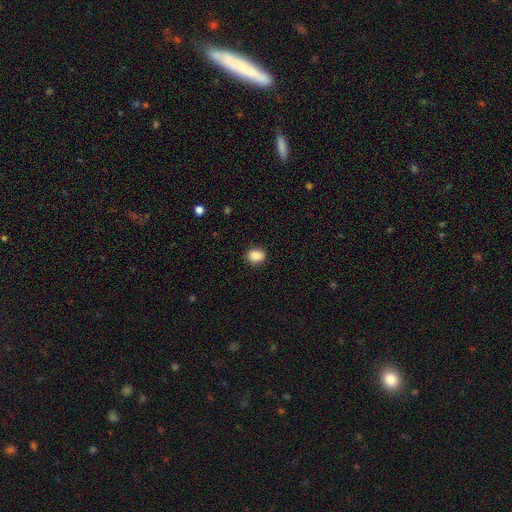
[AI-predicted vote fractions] Overall: smooth (89%). How rounded: in between (59%; round 40%). Merging: none (87%).